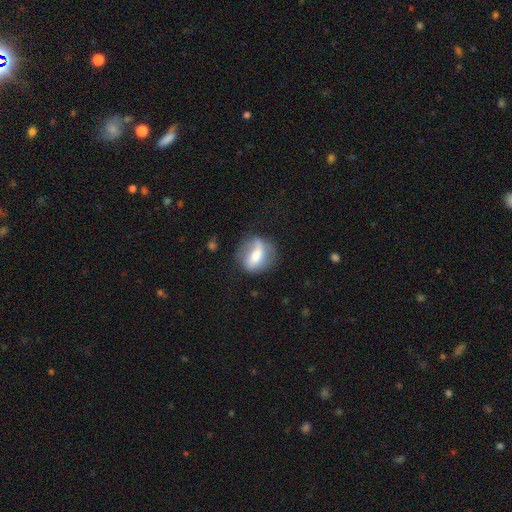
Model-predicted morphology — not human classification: Q: Smooth or featured?
A: smooth (53%); runner-up: featured or disk (39%)
Q: How rounded?
A: in between (49%); runner-up: round (45%)
Q: Merging?
A: none (60%); runner-up: minor disturbance (24%)